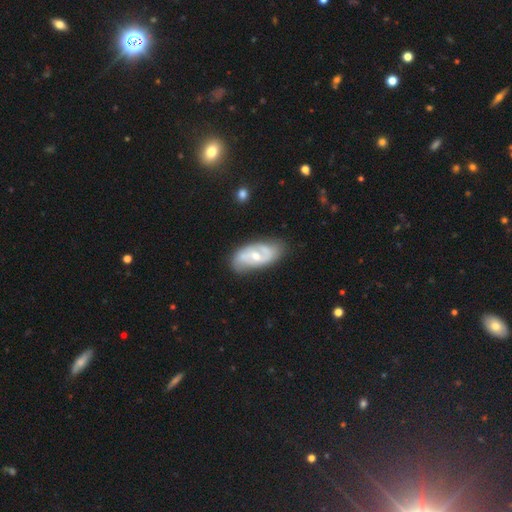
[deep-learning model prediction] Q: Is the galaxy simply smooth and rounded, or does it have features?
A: featured or disk — 76%.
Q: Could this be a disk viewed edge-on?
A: no — 95%.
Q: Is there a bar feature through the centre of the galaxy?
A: weak — 50%.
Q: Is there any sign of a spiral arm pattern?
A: yes — 88%.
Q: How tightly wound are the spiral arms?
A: medium — 45%.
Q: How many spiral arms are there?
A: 2 — 80%.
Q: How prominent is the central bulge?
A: moderate — 56%.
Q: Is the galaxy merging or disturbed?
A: none — 74%.